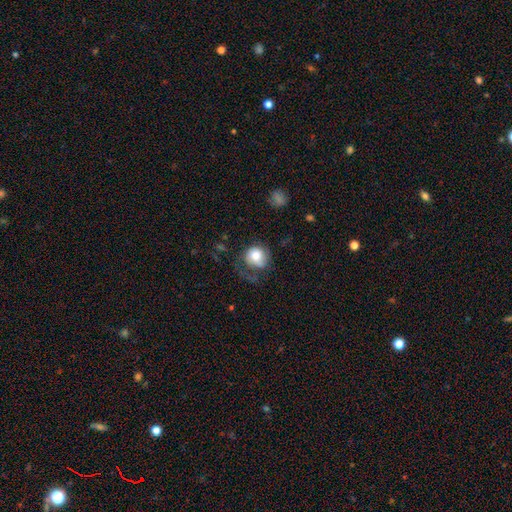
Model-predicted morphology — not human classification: This is likely a smooth galaxy (72%). How rounded: clearly round (81%). Merging: marginally none (40%).